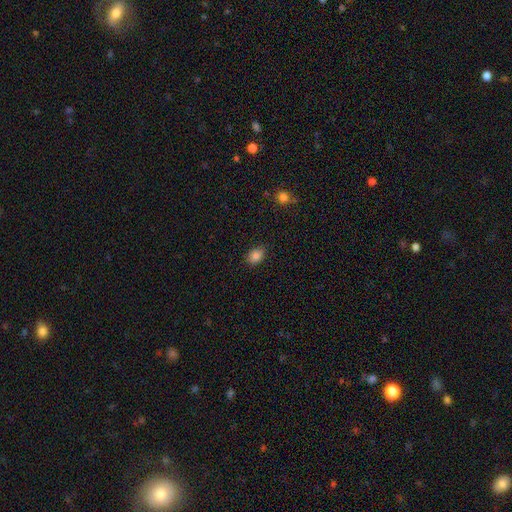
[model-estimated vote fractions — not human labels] This appears to be a smooth galaxy with no disk features (86%) that is in between round and cigar-shaped (75%). Merging: none (86%).